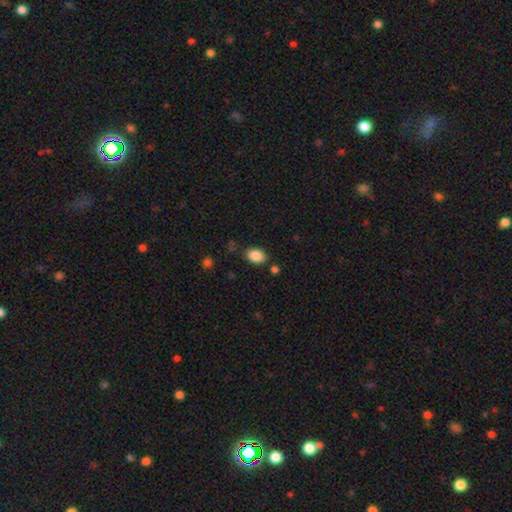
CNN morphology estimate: Overall: smooth (87%). How rounded: in between (84%). Merging: none (80%).